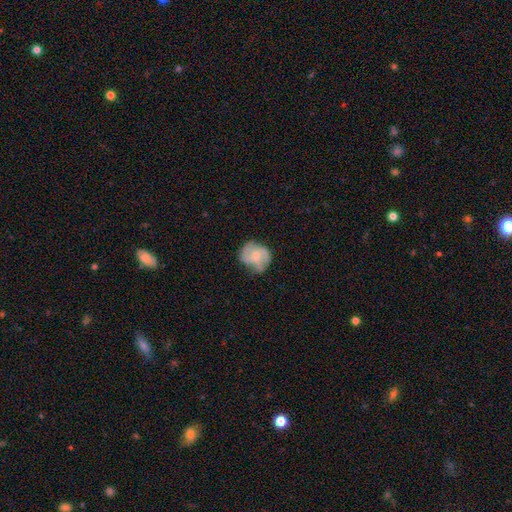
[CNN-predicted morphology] Overall: featured or disk (49%; smooth 43%). Merging: none (52%; minor disturbance 33%).